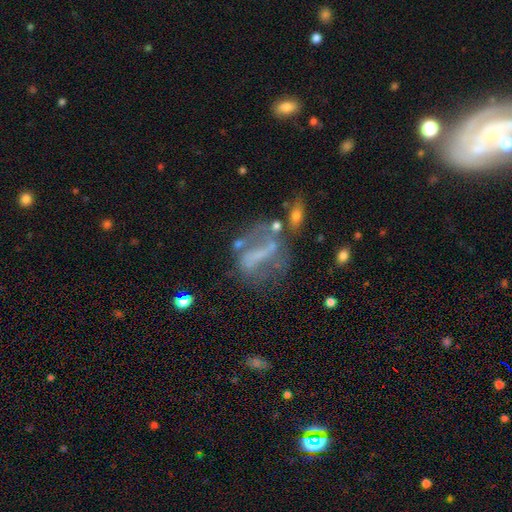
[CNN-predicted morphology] This appears to be a featured or disk galaxy (61%) with a strong bar (45%), no spiral arms (62%) and no central bulge (61%). Merging: none (39%).